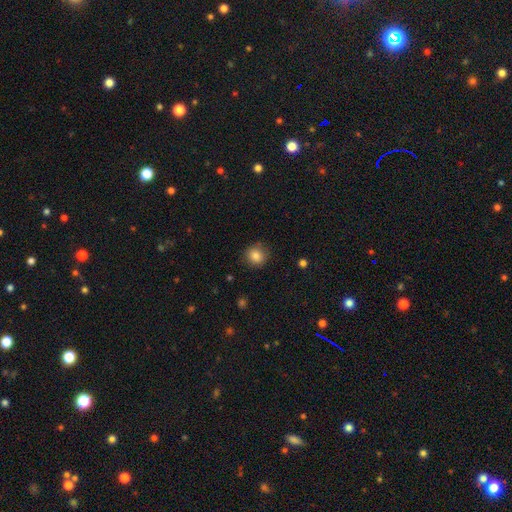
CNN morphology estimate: A smooth galaxy with no disk features (84%) that is round (89%).

Vote fractions:
- Smooth or featured? smooth: 84% / star or artifact: 10% / featured or disk: 6%
- How rounded? round: 89% / in between: 10% / cigar-shaped: 1%
- Merging? none: 85% / minor disturbance: 11% / major disturbance: 3% / merger: 1%